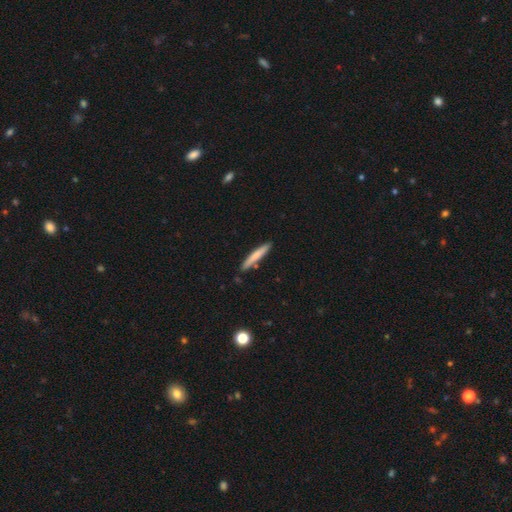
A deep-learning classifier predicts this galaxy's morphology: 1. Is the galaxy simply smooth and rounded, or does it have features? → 71% smooth, 23% featured or disk, 5% star or artifact.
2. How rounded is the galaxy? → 94% cigar-shaped, 5% in between, 1% round.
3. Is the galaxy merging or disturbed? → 84% none, 11% minor disturbance, 4% merger, 2% major disturbance.